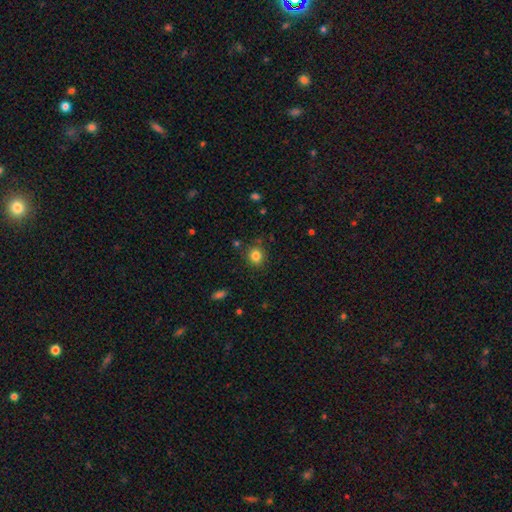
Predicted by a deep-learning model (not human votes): Smooth or featured? Predicted: smooth (p=0.83). How rounded? Predicted: round (p=0.75). Merging? Predicted: none (p=0.84).